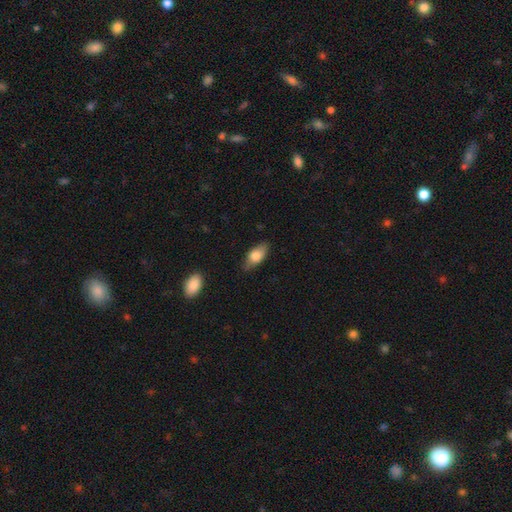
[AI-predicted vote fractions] This is likely a smooth galaxy (72%). How rounded: clearly in between (83%). Merging: likely none (77%).